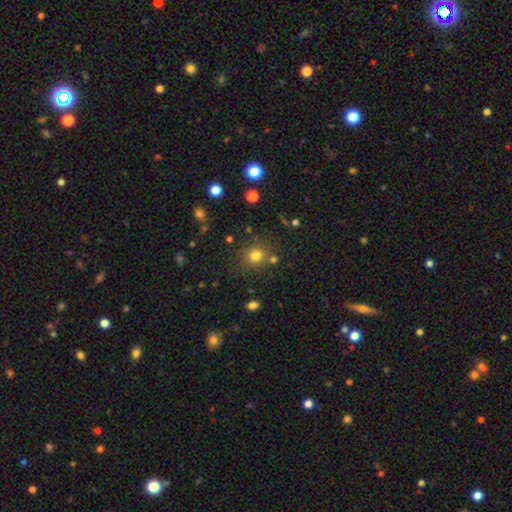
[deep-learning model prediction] Overall: smooth (76%). How rounded: round (82%). Merging: none (77%).